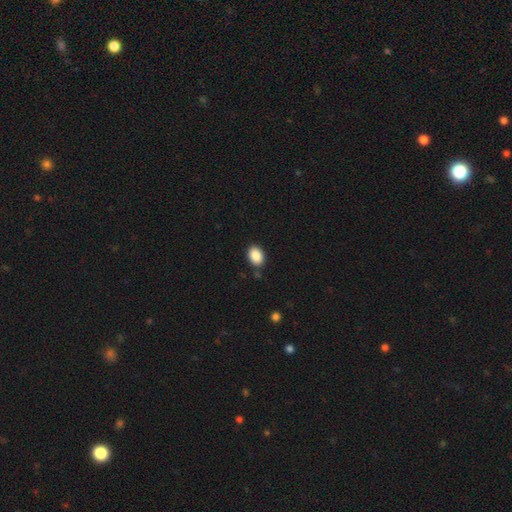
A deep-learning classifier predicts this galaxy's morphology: smooth_or_featured: smooth (p=0.89) [alt: star or artifact p=0.08]
how_rounded: in between (p=0.80) [alt: round p=0.19]
merging: none (p=0.86) [alt: minor disturbance p=0.10]